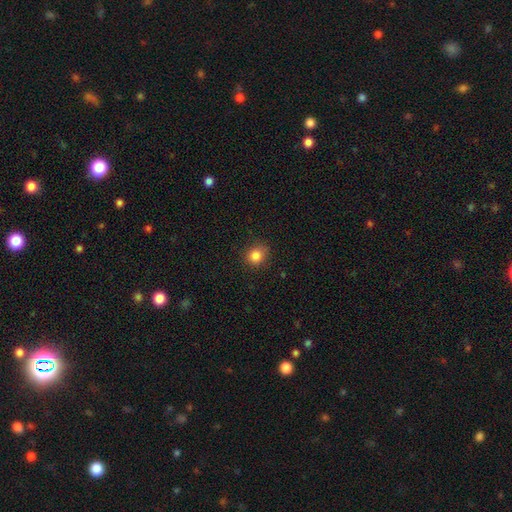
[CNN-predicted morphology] A smooth galaxy with no disk features (84%) that is round (85%).

Vote fractions:
- Smooth or featured? smooth: 84% / star or artifact: 11% / featured or disk: 5%
- How rounded? round: 85% / in between: 14% / cigar-shaped: 1%
- Merging? none: 85% / minor disturbance: 11% / major disturbance: 3% / merger: 1%